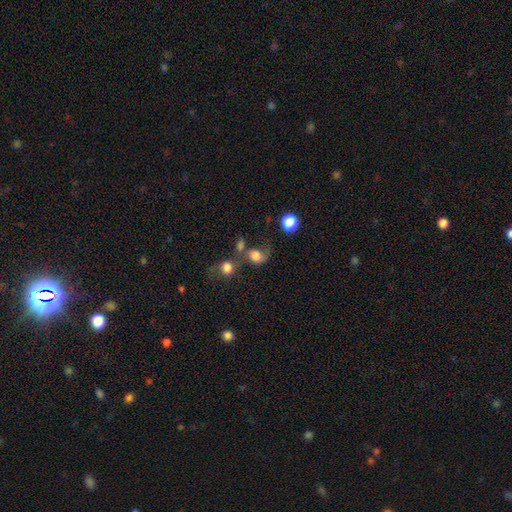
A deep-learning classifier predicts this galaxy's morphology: Smooth or featured: smooth — 71% (featured or disk — 18%)
How rounded: round — 60% (in between — 38%)
Merging: merger — 32% (none — 29%)